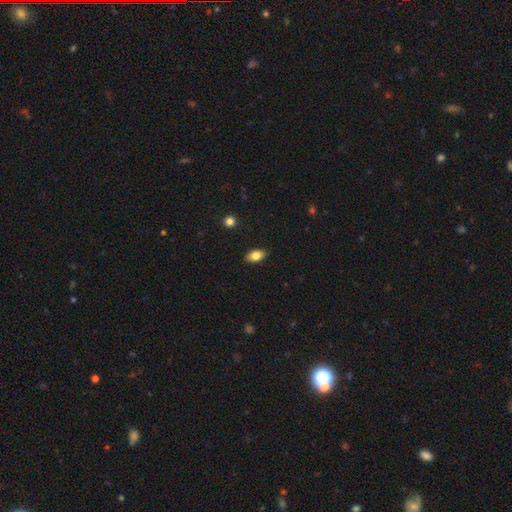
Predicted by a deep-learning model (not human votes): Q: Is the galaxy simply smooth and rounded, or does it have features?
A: smooth — 80%.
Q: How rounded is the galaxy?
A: in between — 89%.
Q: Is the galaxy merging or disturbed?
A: none — 89%.